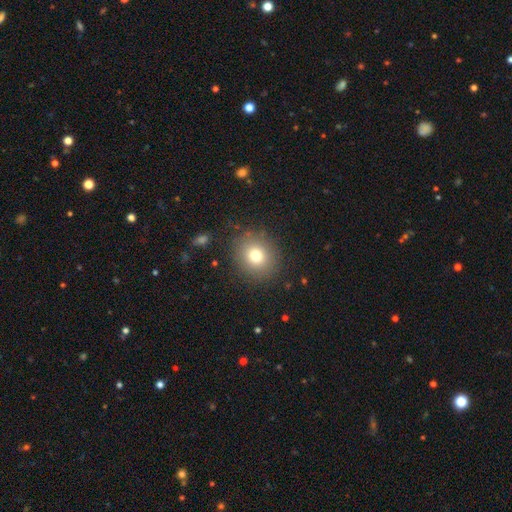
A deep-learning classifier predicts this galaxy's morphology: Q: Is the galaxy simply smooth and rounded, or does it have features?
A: smooth — 75%.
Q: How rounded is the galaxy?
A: round — 84%.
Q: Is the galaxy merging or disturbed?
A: none — 87%.